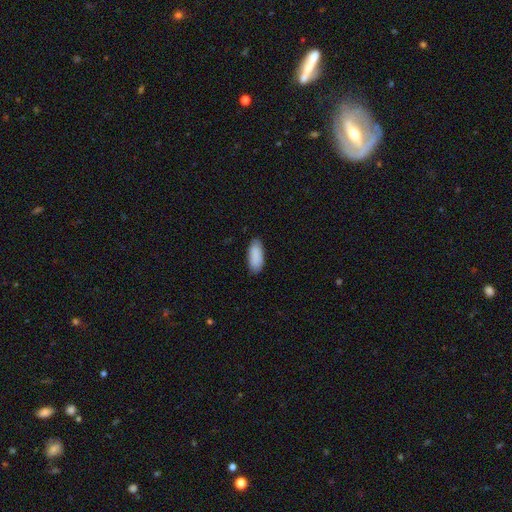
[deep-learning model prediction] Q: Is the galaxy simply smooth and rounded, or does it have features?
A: smooth — 90%.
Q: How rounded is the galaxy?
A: in between — 85%.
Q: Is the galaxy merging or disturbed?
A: none — 84%.